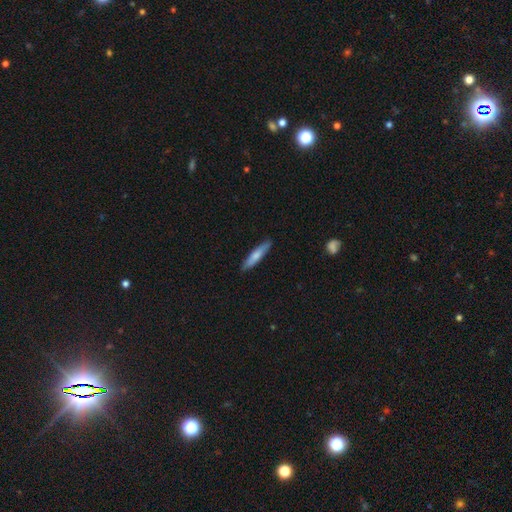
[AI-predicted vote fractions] smooth-or-featured: smooth: 70% | featured or disk: 25% | star or artifact: 5%
  how-rounded: cigar-shaped: 88% | in between: 11% | round: 1%
  merging: none: 88% | minor disturbance: 9% | major disturbance: 2% | merger: 1%